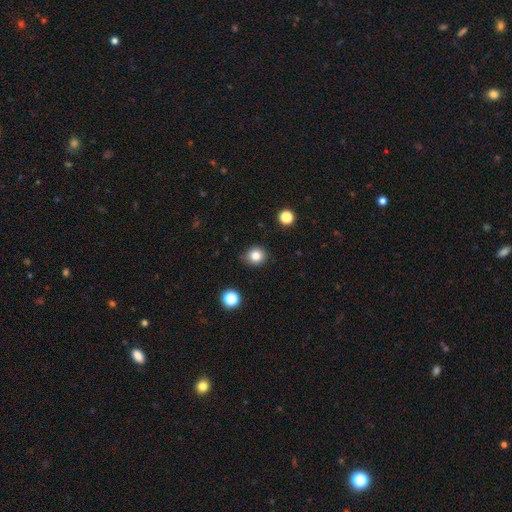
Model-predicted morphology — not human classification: This is clearly a smooth galaxy (83%). How rounded: clearly round (84%). Merging: clearly none (87%).